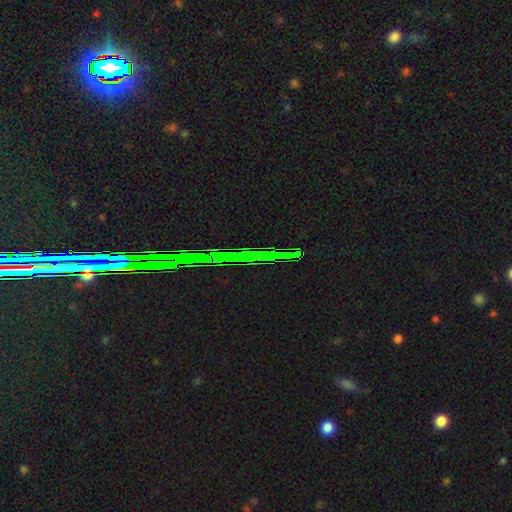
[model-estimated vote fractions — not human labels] Smooth or featured? Predicted: star or artifact (p=0.78).